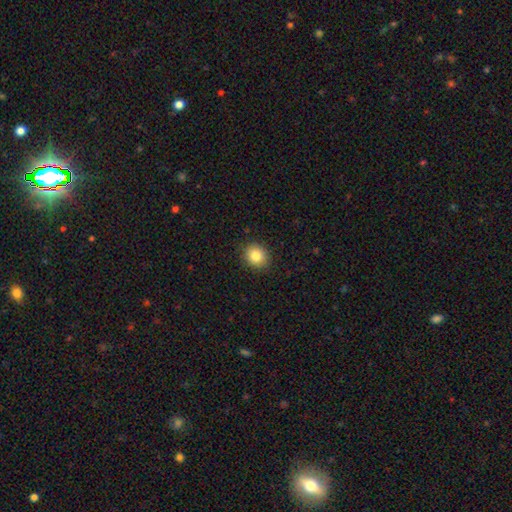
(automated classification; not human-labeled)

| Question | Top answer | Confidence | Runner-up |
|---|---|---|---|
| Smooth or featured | smooth | 85% | star or artifact (10%) |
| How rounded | round | 75% | in between (24%) |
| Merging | none | 89% | minor disturbance (8%) |